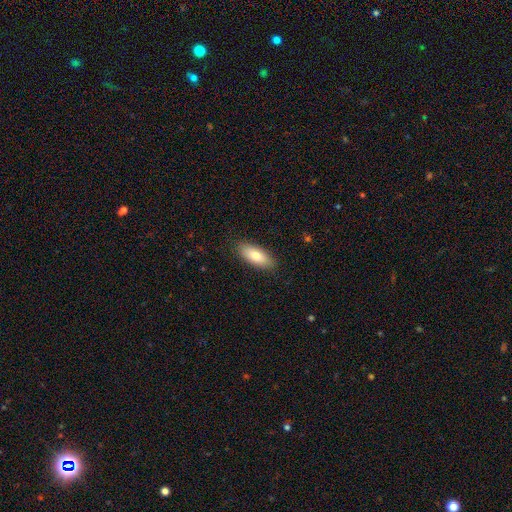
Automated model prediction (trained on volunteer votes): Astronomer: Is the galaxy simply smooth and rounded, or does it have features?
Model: smooth — 79%.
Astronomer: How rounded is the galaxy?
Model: in between — 80%.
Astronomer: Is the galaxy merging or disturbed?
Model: none — 87%.